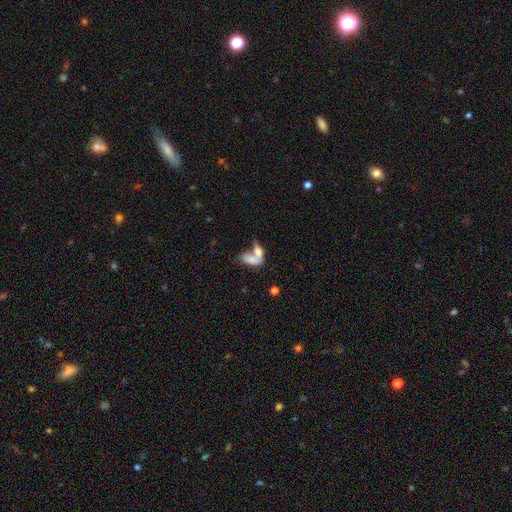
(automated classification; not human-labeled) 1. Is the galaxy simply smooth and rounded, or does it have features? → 69% smooth, 22% featured or disk, 9% star or artifact.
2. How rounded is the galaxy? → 81% in between, 12% cigar-shaped, 7% round.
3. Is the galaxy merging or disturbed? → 66% merger, 17% none, 9% major disturbance, 7% minor disturbance.